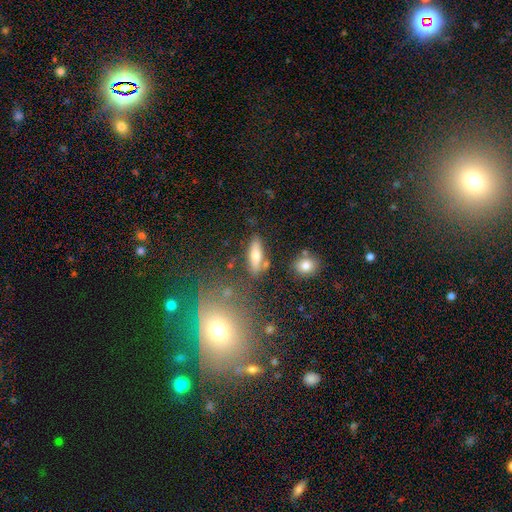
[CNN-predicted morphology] Smooth or featured: smooth — 58% (featured or disk — 32%)
How rounded: cigar-shaped — 48% (in between — 47%)
Merging: none — 75% (minor disturbance — 13%)